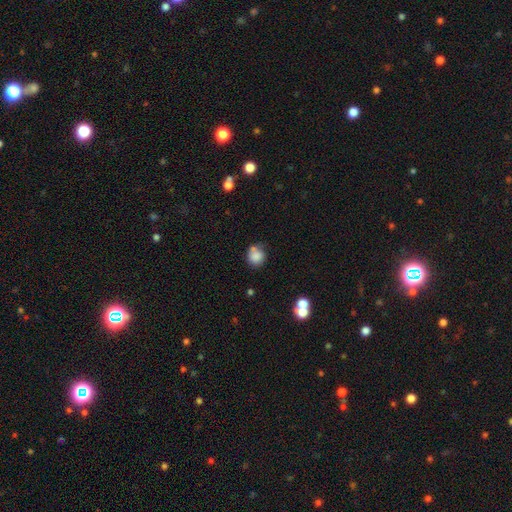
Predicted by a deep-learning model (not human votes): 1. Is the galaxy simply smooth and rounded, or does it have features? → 81% smooth, 10% star or artifact, 9% featured or disk.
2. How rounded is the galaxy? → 80% round, 19% in between, 1% cigar-shaped.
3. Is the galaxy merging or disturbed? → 52% none, 21% minor disturbance, 20% merger, 7% major disturbance.